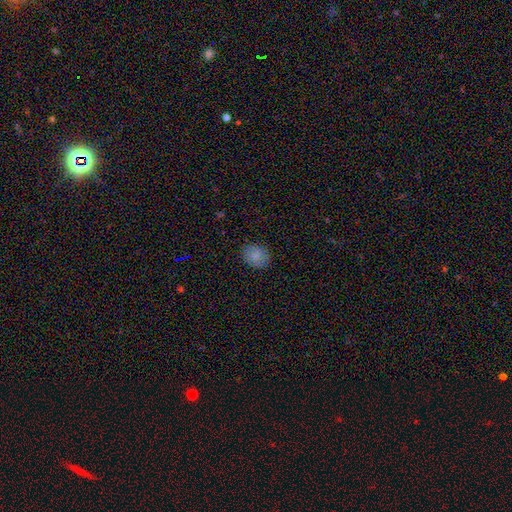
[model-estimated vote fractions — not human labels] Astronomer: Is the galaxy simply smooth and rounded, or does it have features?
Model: smooth — 84%.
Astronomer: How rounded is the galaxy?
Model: round — 54% (runner-up: in between, 45%).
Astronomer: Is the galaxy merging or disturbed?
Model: none — 87%.